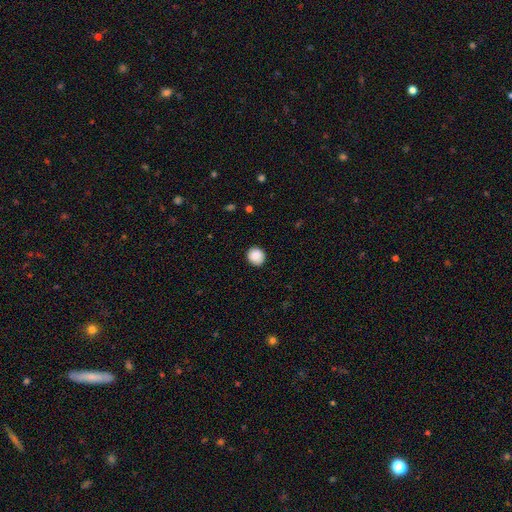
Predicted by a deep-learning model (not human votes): Smooth or featured: smooth — 87% (star or artifact — 8%)
How rounded: round — 89% (in between — 11%)
Merging: none — 87% (minor disturbance — 10%)